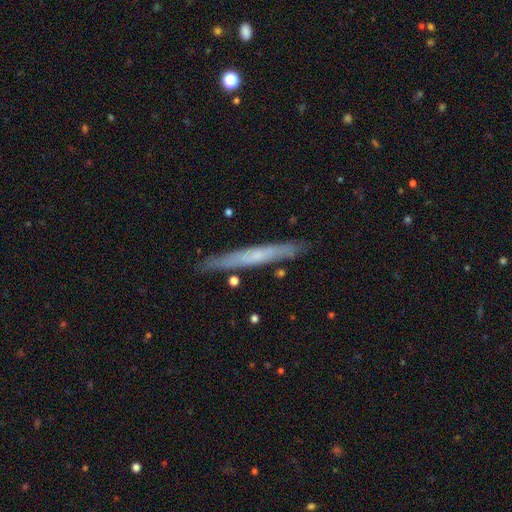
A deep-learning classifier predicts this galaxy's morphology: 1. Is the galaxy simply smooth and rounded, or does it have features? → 50% featured or disk, 43% smooth, 6% star or artifact.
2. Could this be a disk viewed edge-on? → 91% yes, 9% no.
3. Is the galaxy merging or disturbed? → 86% none, 10% minor disturbance, 2% merger, 2% major disturbance.